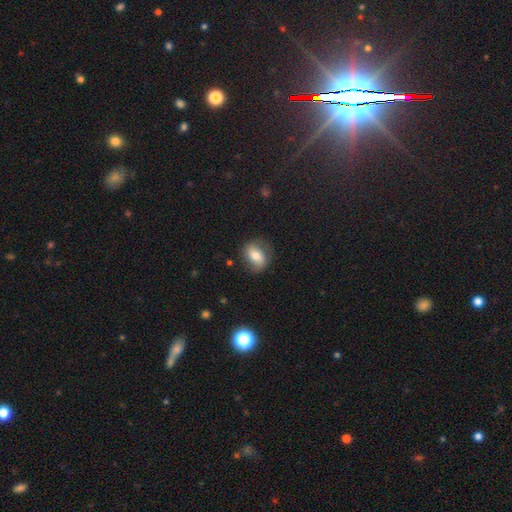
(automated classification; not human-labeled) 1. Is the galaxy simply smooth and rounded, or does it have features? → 57% smooth, 34% featured or disk, 9% star or artifact.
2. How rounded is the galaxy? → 62% in between, 36% round, 2% cigar-shaped.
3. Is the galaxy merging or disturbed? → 74% none, 18% minor disturbance, 6% major disturbance, 1% merger.